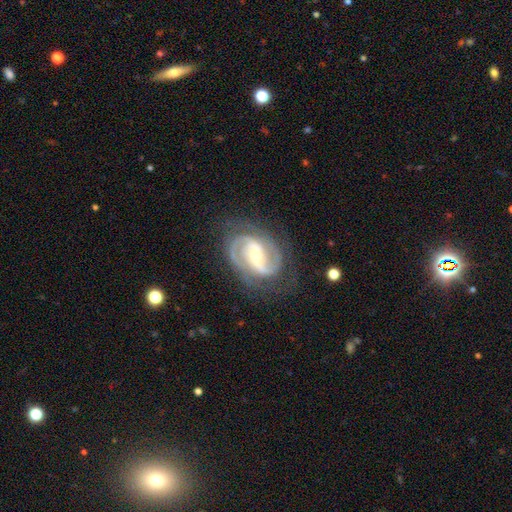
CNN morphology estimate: Smooth or featured? Predicted: featured or disk (p=0.91). Edge-on disk? Predicted: no (p=0.97). Bar? Predicted: weak (p=0.42). Spiral arms? Predicted: yes (p=0.98). Spiral winding? Predicted: medium (p=0.52). Spiral arm count? Predicted: 2 (p=0.82). Bulge size? Predicted: small (p=0.52). Merging? Predicted: none (p=0.73).